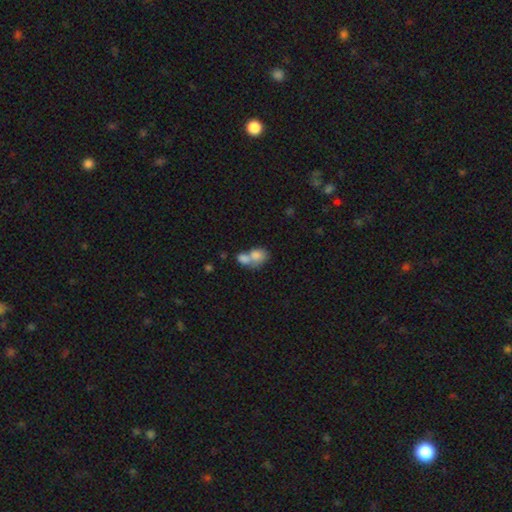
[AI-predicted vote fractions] Smooth or featured? Predicted: smooth (p=0.79). How rounded? Predicted: in between (p=0.63). Merging? Predicted: merger (p=0.70).